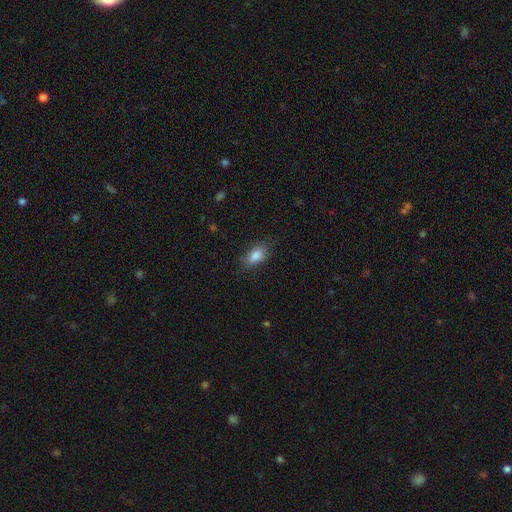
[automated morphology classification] A smooth galaxy with no disk features (86%) that is in between round and cigar-shaped (88%).

Vote fractions:
- Smooth or featured? smooth: 86% / star or artifact: 8% / featured or disk: 6%
- How rounded? in between: 88% / round: 7% / cigar-shaped: 5%
- Merging? none: 80% / minor disturbance: 15% / major disturbance: 4% / merger: 1%